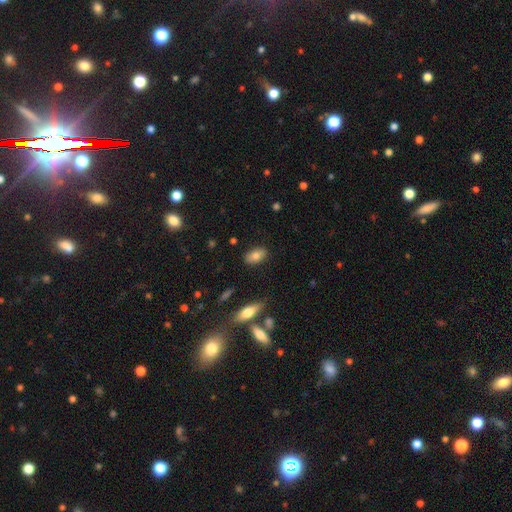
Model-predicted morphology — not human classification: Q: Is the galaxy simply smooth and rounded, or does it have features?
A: smooth — 78%.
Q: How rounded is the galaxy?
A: in between — 90%.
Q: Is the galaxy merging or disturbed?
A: none — 86%.